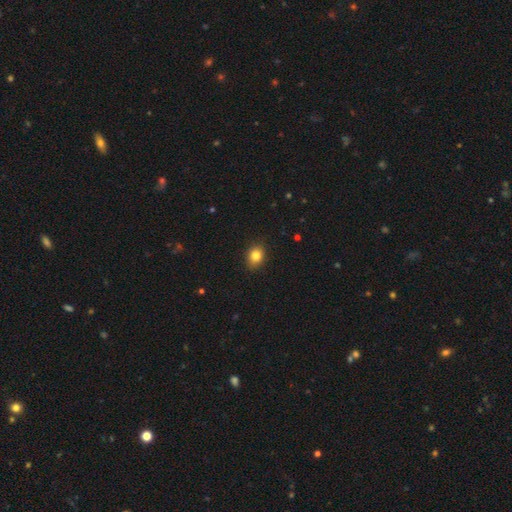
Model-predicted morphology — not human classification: The model was most divided on "how rounded": round: 51%, in between: 48%, cigar-shaped: 1%. More confident: merging — none (88%); smooth or featured — smooth (83%).